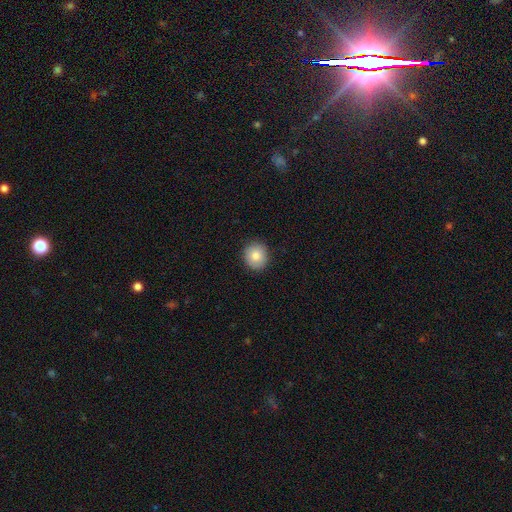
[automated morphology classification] Q: Smooth or featured?
A: smooth (83%); runner-up: star or artifact (9%)
Q: How rounded?
A: round (87%); runner-up: in between (12%)
Q: Merging?
A: none (90%); runner-up: minor disturbance (7%)